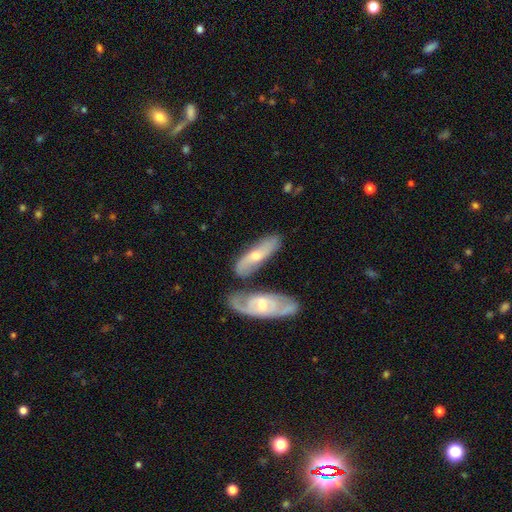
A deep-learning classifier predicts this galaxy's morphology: A featured or disk galaxy (59%). Merging: none (53%).